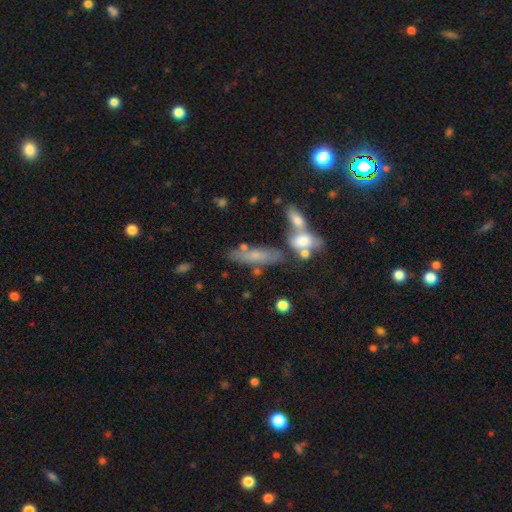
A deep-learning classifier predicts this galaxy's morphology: Smooth or featured: smooth — 61% (featured or disk — 29%)
How rounded: cigar-shaped — 56% (in between — 40%)
Merging: none — 55% (merger — 22%)